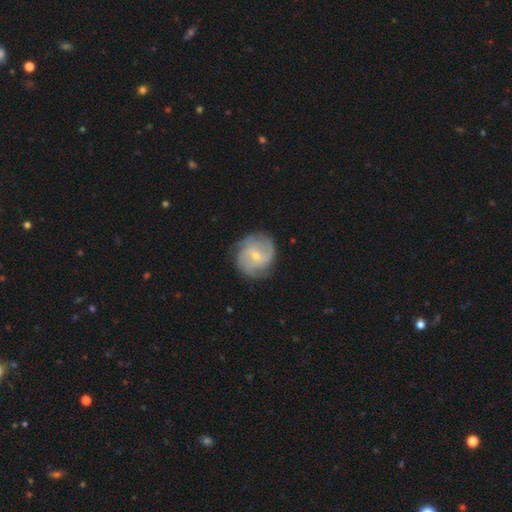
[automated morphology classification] smooth_or_featured: featured or disk (p=0.76) [alt: smooth p=0.18]
disk_edge_on: no (p=0.98) [alt: yes p=0.02]
bar: no (p=0.53) [alt: weak p=0.39]
has_spiral_arms: yes (p=0.93) [alt: no p=0.07]
spiral_winding: tight (p=0.42) [alt: medium p=0.41]
spiral_arm_count: 2 (p=0.34) [alt: 3 p=0.25]
bulge_size: small (p=0.66) [alt: moderate p=0.31]
merging: none (p=0.75) [alt: minor disturbance p=0.18]